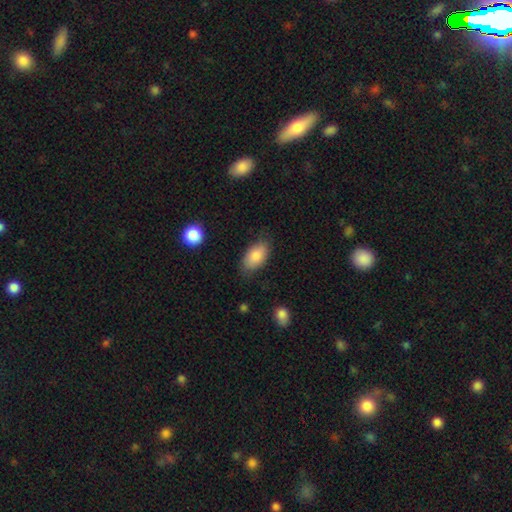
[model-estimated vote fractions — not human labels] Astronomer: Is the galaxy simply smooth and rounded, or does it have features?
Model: smooth — 85%.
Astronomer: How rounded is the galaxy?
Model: in between — 93%.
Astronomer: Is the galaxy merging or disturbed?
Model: none — 77%.